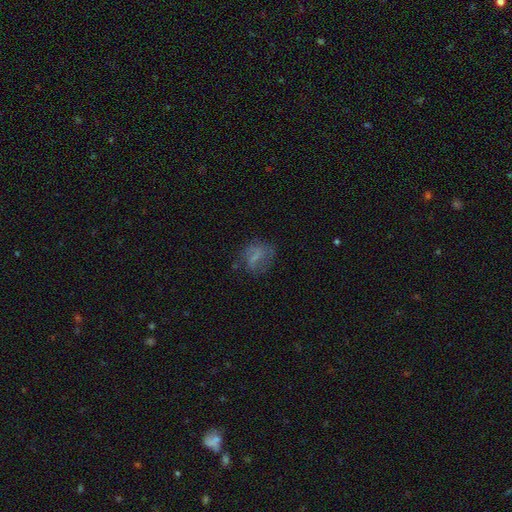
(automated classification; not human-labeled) Smooth or featured? Predicted: smooth (p=0.44). Merging? Predicted: none (p=0.57).